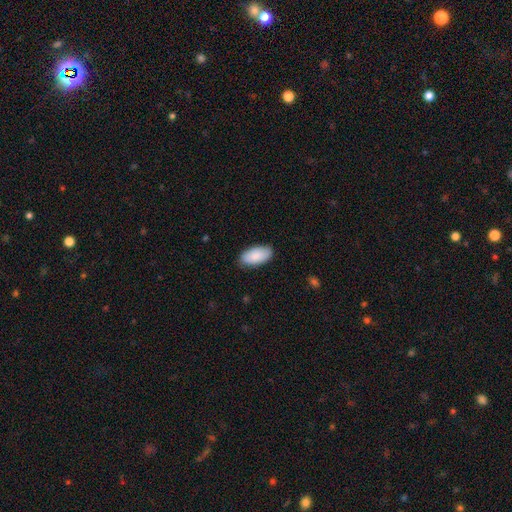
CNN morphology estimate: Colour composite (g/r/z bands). It shows a smooth galaxy with no disk features (87%) that is in between round and cigar-shaped (95%). Merging: none (85%).